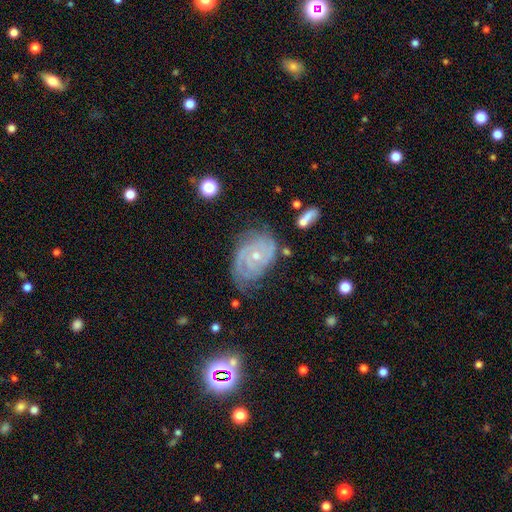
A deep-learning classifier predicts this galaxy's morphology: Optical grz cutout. It shows a featured or disk galaxy (87%) with no bar (71%), 2 (40%) tight (74%) spiral arms (97%) and a small central bulge (63%). Merging: none (64%).